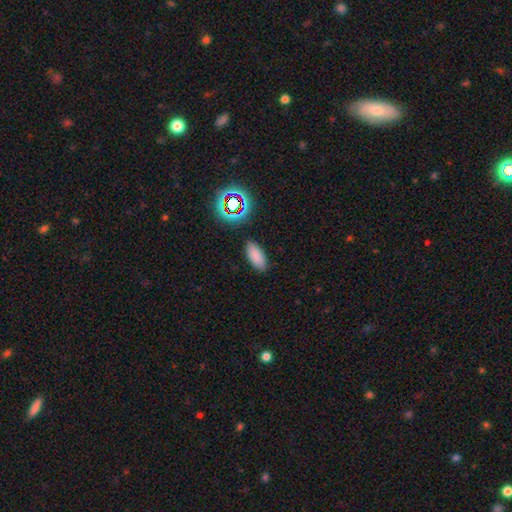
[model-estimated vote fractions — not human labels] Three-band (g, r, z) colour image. It shows a smooth galaxy with no disk features (81%) that is in between round and cigar-shaped (87%). Merging: none (86%).